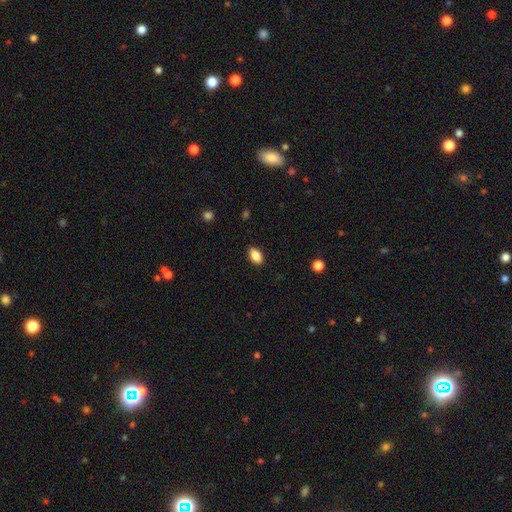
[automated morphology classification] type=smooth (87%); roundness=in between (91%); merging=none (88%).